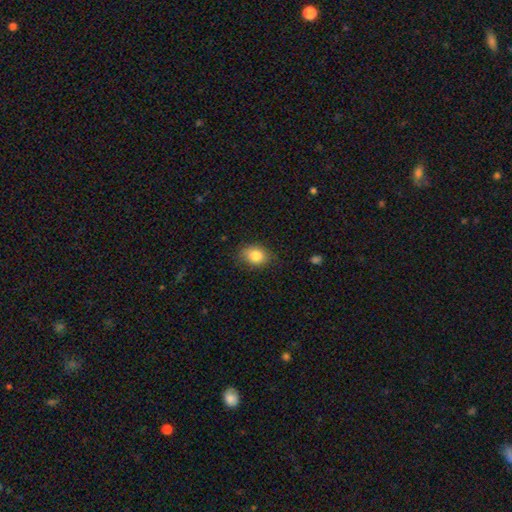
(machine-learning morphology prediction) Smooth or featured? Predicted: smooth (p=0.83). How rounded? Predicted: in between (p=0.69). Merging? Predicted: none (p=0.79).